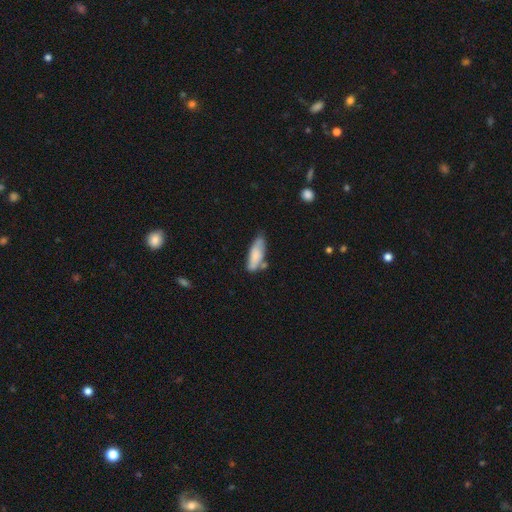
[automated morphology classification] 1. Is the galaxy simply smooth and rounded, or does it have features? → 76% smooth, 18% featured or disk, 6% star or artifact.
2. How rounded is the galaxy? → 62% in between, 36% cigar-shaped, 2% round.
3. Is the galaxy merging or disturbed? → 50% none, 30% minor disturbance, 12% merger, 8% major disturbance.